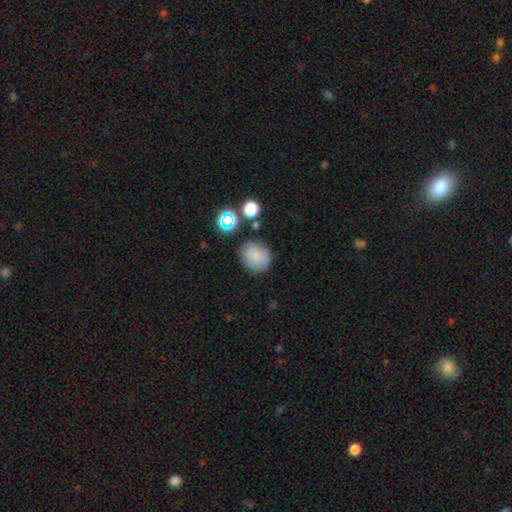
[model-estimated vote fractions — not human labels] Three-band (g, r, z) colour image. It shows a smooth galaxy with no disk features (77%) that is round (71%). Merging: none (76%).